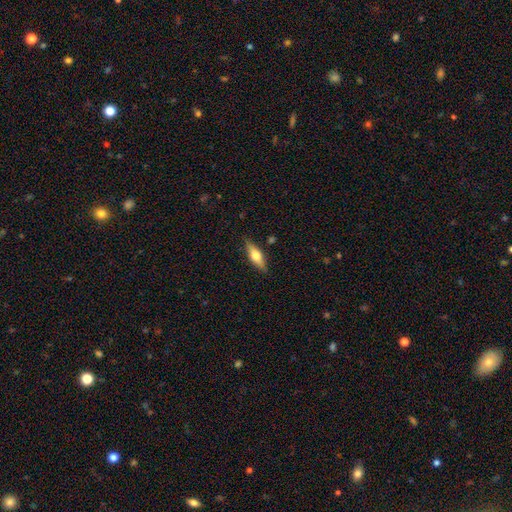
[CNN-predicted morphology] Q: Smooth or featured?
A: smooth (53%); runner-up: featured or disk (41%)
Q: How rounded?
A: in between (53%); runner-up: cigar-shaped (45%)
Q: Merging?
A: none (84%); runner-up: minor disturbance (11%)